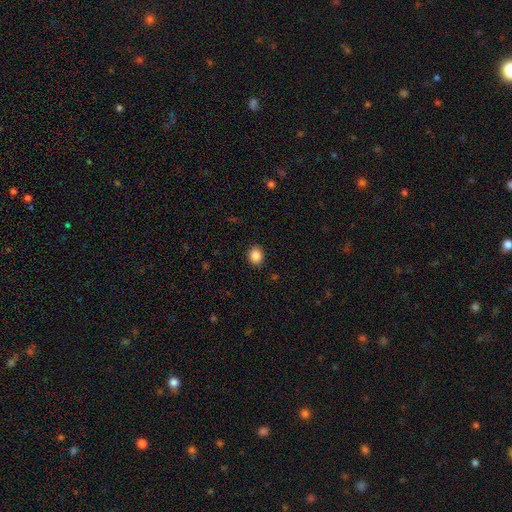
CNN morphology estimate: type=smooth (87%); roundness=round (66%); merging=none (90%).